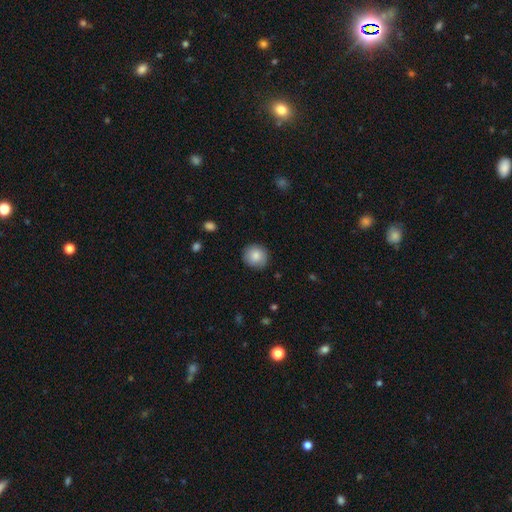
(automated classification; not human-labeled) smooth_or_featured: smooth (p=0.84) [alt: featured or disk p=0.08]
how_rounded: round (p=0.89) [alt: in between p=0.10]
merging: none (p=0.88) [alt: minor disturbance p=0.09]